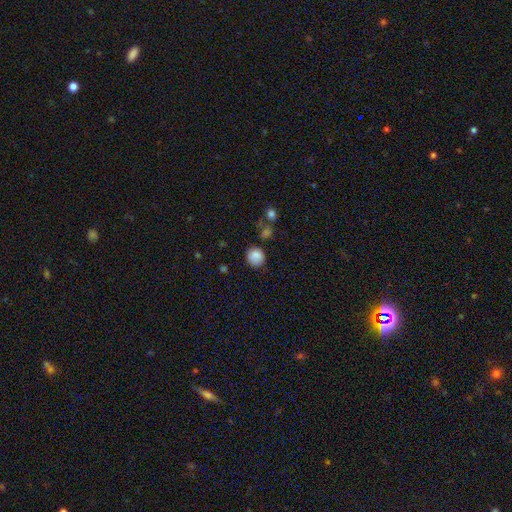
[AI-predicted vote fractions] smooth-or-featured: smooth: 86% | star or artifact: 10% | featured or disk: 5%
  how-rounded: round: 85% | in between: 14% | cigar-shaped: 1%
  merging: none: 78% | minor disturbance: 14% | merger: 4% | major disturbance: 4%